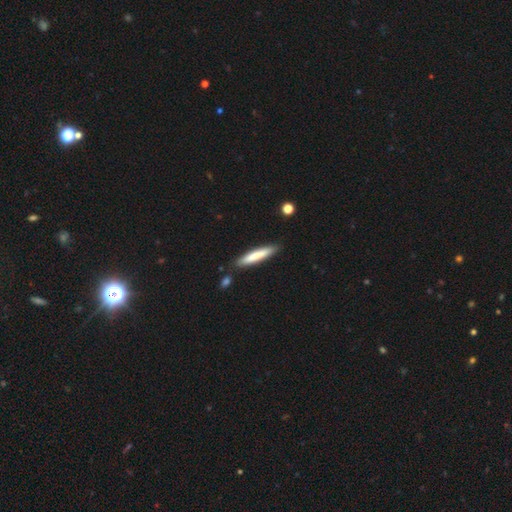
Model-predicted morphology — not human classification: Q: Smooth or featured?
A: smooth (73%); runner-up: featured or disk (22%)
Q: How rounded?
A: cigar-shaped (90%); runner-up: in between (9%)
Q: Merging?
A: none (85%); runner-up: minor disturbance (10%)